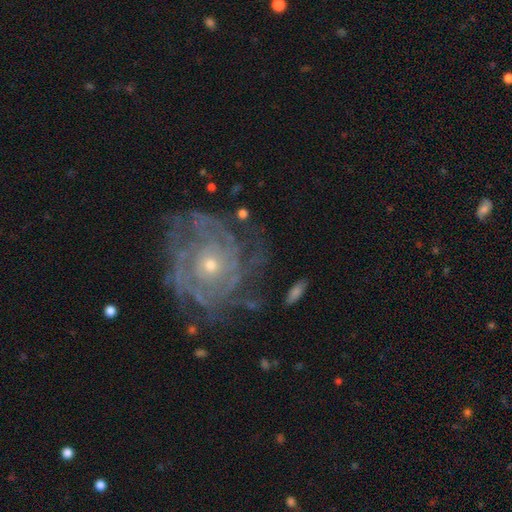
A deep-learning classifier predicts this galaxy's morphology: A featured or disk galaxy (81%) with no bar (80%), tight (75%) spiral arms (92%) and a small central bulge (59%). Merging: none (72%).